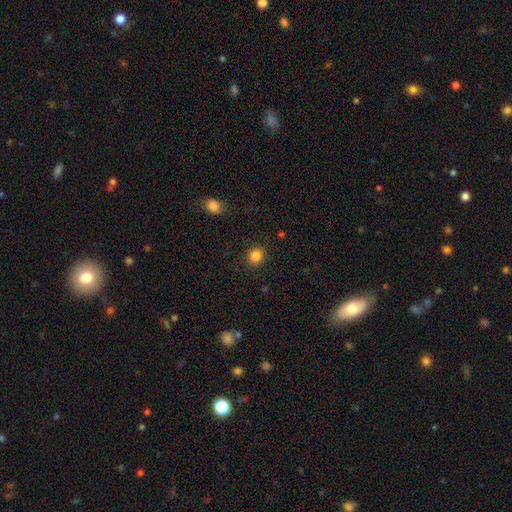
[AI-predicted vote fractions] Smooth or featured: smooth — 84% (star or artifact — 11%)
How rounded: round — 70% (in between — 29%)
Merging: none — 89% (minor disturbance — 8%)